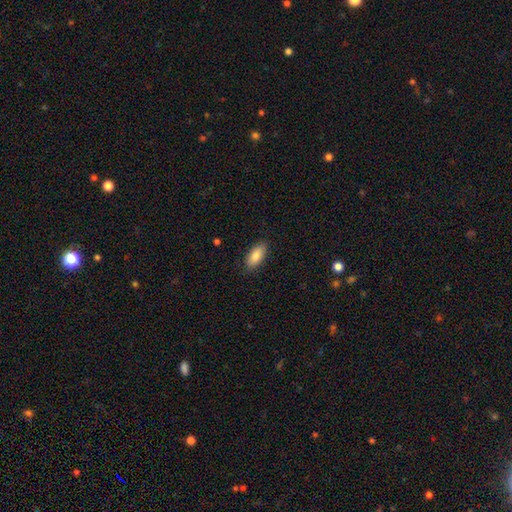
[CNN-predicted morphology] This appears to be a smooth galaxy with no disk features (84%) that is in between round and cigar-shaped (88%). Merging: none (87%).